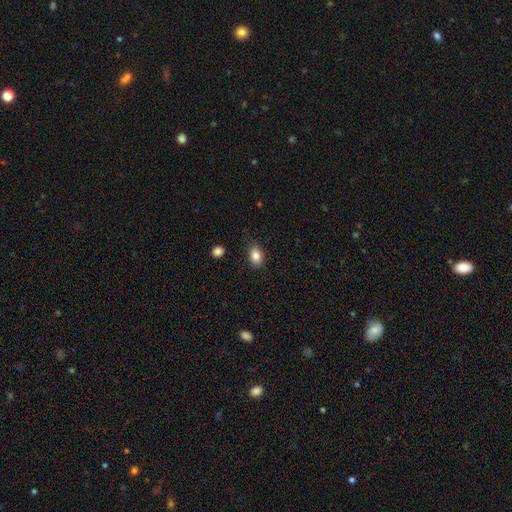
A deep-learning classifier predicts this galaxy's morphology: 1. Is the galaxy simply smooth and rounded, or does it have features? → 84% smooth, 9% star or artifact, 8% featured or disk.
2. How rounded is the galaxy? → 82% in between, 17% round, 1% cigar-shaped.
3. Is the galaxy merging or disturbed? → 81% none, 15% minor disturbance, 3% major disturbance, 2% merger.